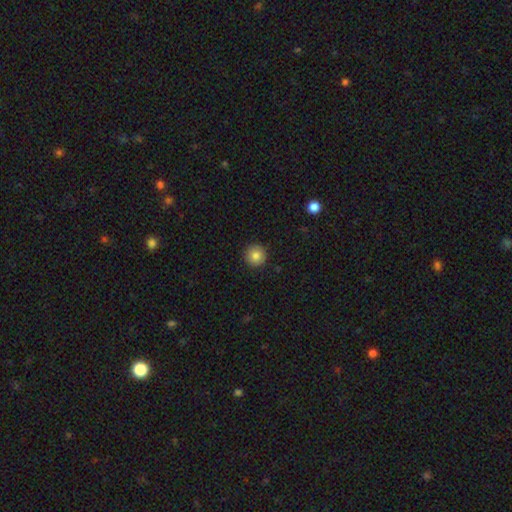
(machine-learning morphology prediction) type=smooth (83%); roundness=round (95%); merging=none (92%).